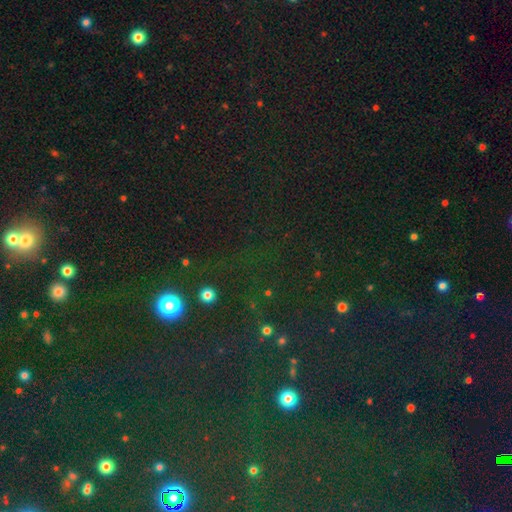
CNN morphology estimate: Smooth or featured? star or artifact (77%)